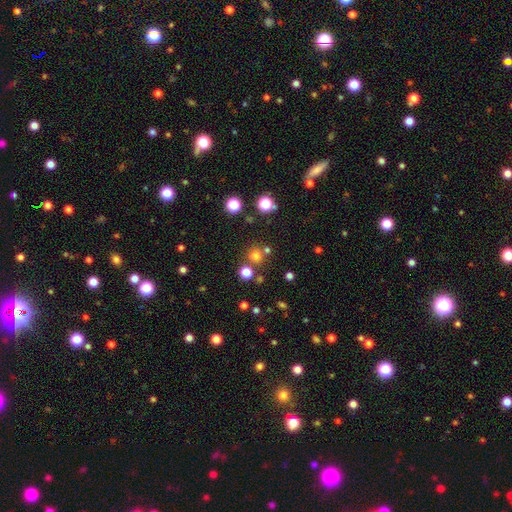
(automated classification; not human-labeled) Overall: smooth (72%). How rounded: round (93%). Merging: none (77%).